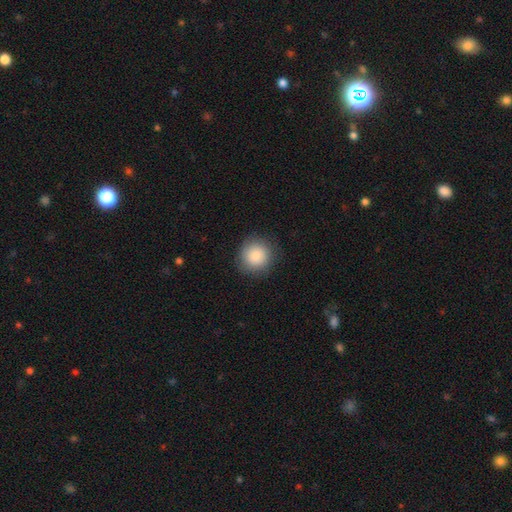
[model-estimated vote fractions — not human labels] This is clearly a smooth galaxy (86%). How rounded: clearly round (93%). Merging: clearly none (87%).